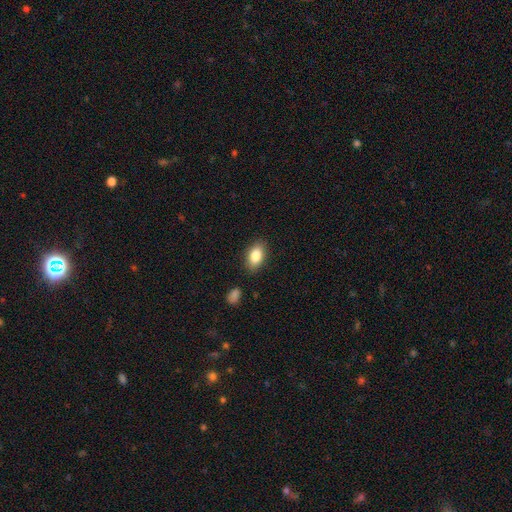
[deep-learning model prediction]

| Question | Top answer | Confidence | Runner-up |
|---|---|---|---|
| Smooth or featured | smooth | 84% | featured or disk (8%) |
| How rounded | in between | 90% | round (7%) |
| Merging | none | 86% | minor disturbance (10%) |